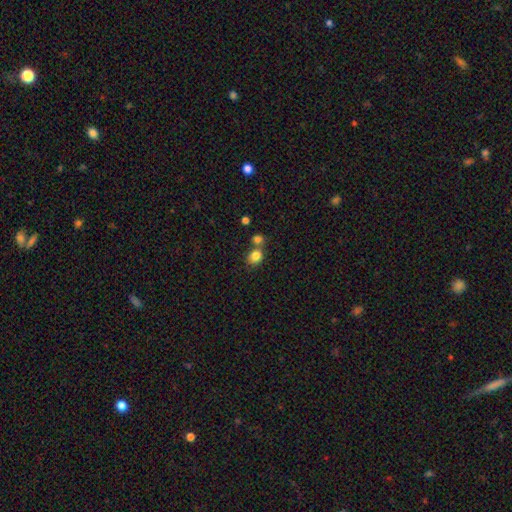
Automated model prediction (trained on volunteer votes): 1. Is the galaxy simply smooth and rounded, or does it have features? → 83% smooth, 10% star or artifact, 6% featured or disk.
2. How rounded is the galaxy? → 62% round, 37% in between, 1% cigar-shaped.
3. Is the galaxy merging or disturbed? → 51% none, 36% merger, 10% minor disturbance, 4% major disturbance.